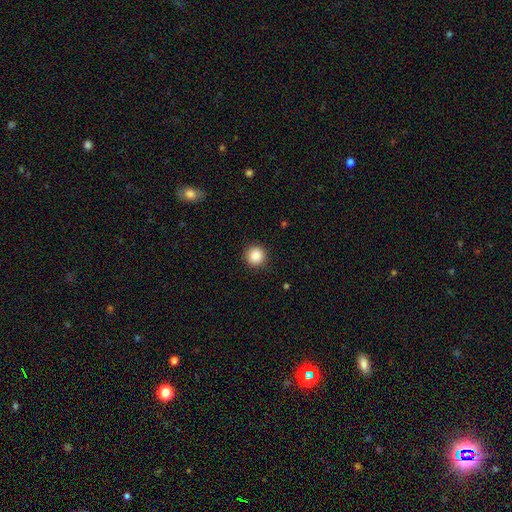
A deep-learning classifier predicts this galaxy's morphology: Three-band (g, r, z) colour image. It shows a smooth galaxy with no disk features (88%) that is round (95%). Merging: none (91%).